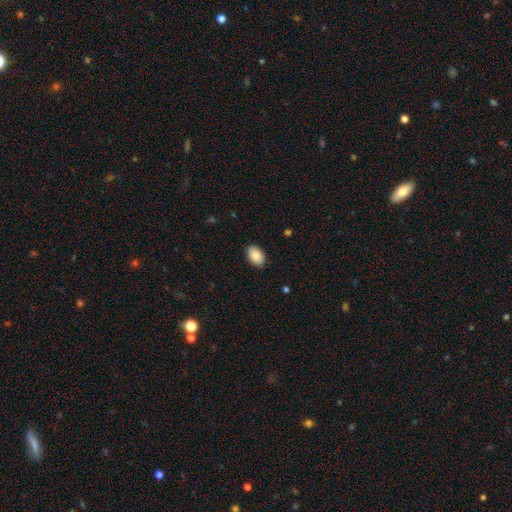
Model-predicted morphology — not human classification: Overall: smooth (86%). How rounded: in between (90%). Merging: none (88%).